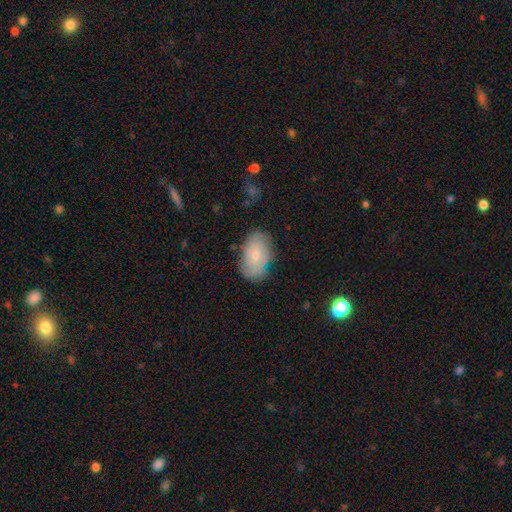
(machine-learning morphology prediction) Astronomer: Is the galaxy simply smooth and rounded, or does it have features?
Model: smooth — 66%.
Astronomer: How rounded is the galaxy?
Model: in between — 91%.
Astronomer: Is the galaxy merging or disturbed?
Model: none — 75%.